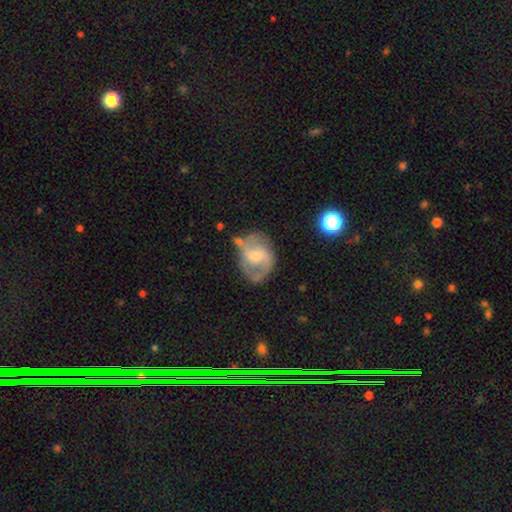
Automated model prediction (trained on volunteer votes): The model was most divided on "bulge size": small: 47%, moderate: 39%, none: 7%, large: 6%, dominant: 1%. Remaining: edge-on disk — no (97%); spiral arms — yes (87%); spiral arm count — 2 (81%); smooth or featured — featured or disk (72%); merging — none (59%); spiral winding — medium (51%); bar — weak (49%).